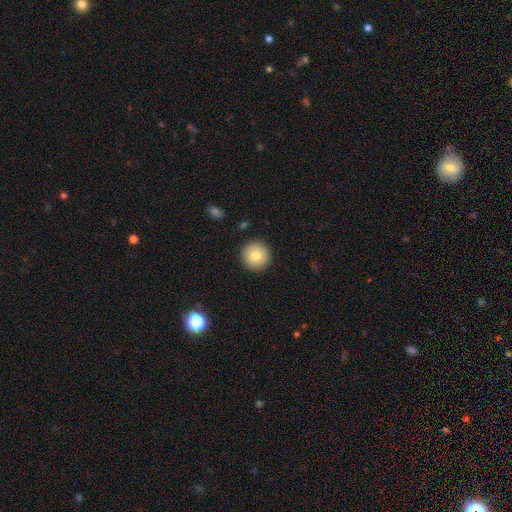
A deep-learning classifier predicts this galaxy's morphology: Overall: smooth (79%). How rounded: round (96%). Merging: none (91%).